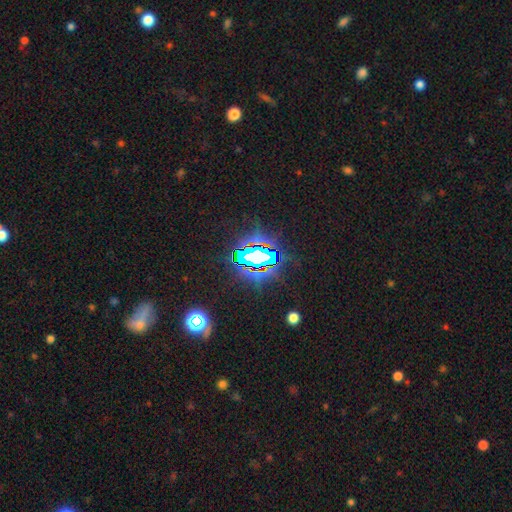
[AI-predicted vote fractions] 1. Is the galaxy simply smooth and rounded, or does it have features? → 74% star or artifact, 13% smooth, 12% featured or disk.